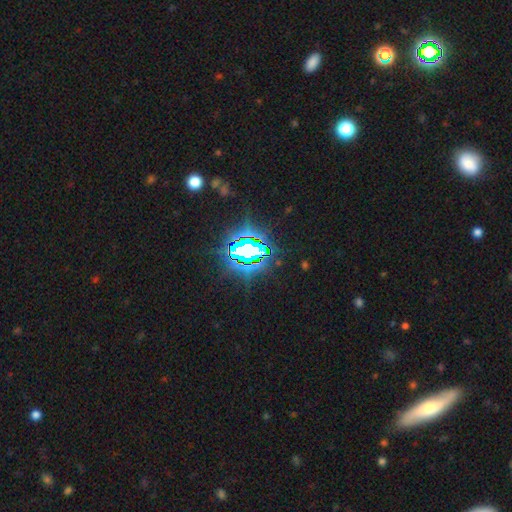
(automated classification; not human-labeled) Overall: star or artifact (79%).